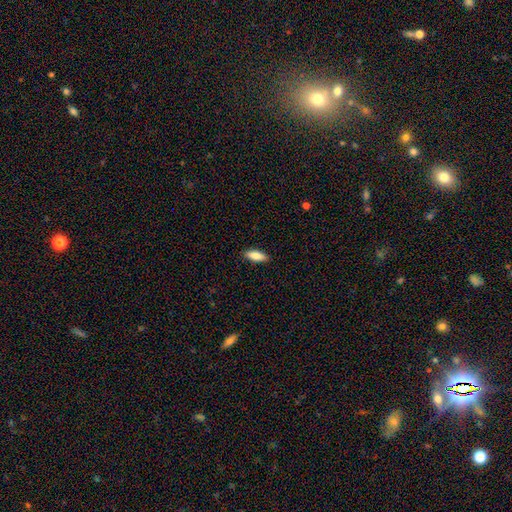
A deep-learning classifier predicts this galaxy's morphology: This appears to be a smooth galaxy with no disk features (80%) that is in between round and cigar-shaped (74%). Merging: none (90%).